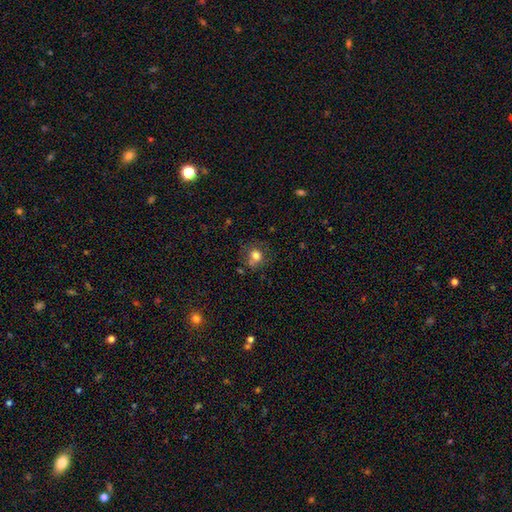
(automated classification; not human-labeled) This is likely a smooth galaxy (76%). How rounded: likely round (78%). Merging: possibly none (60%).